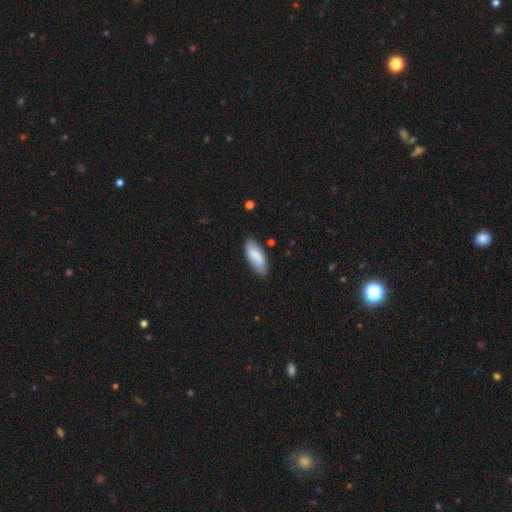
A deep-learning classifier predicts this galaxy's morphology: This is likely a smooth galaxy (80%). How rounded: likely in between (78%). Merging: likely none (77%).